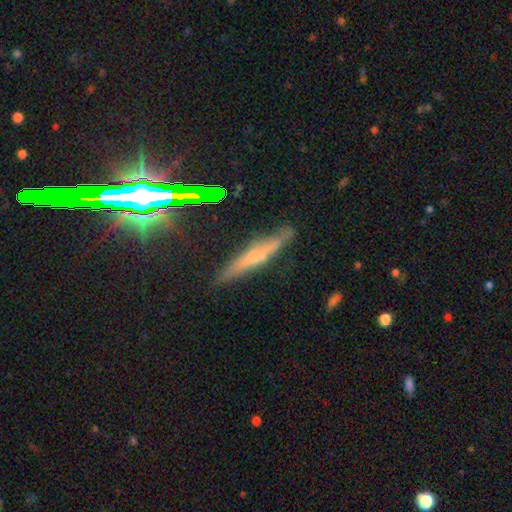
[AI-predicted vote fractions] Smooth or featured?
  - featured or disk: 50% *
  - smooth: 36%
  - star or artifact: 14%
Merging?
  - none: 82% *
  - minor disturbance: 14%
  - major disturbance: 3%
  - merger: 2%